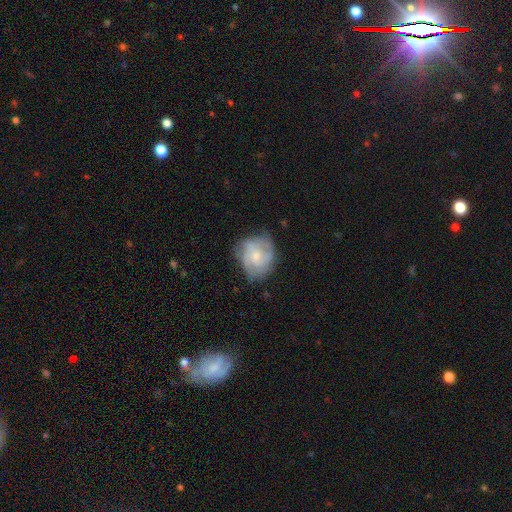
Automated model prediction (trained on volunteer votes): Smooth or featured: featured or disk — 66% (smooth — 27%)
Edge-on disk: no — 98% (yes — 2%)
Bar: no — 68% (weak — 28%)
Spiral arms: yes — 86% (no — 14%)
Spiral winding: tight — 47% (medium — 41%)
Spiral arm count: 3 — 31% (can't tell — 29%)
Bulge size: moderate — 42% (small — 37%)
Merging: none — 64% (minor disturbance — 24%)